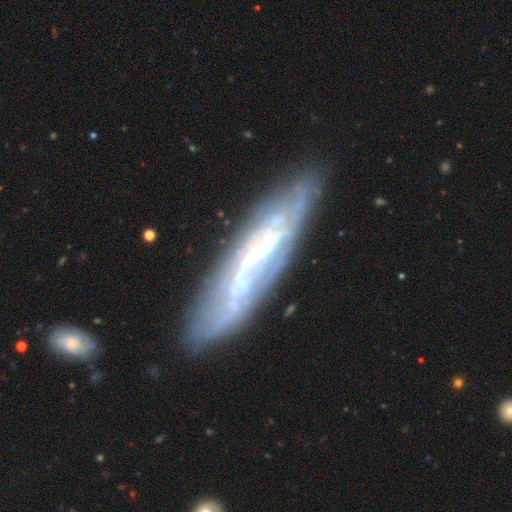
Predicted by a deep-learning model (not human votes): The model was most divided on "edge-on disk": no: 61%, yes: 39%. More confident: smooth or featured — featured or disk (75%); merging — none (69%).